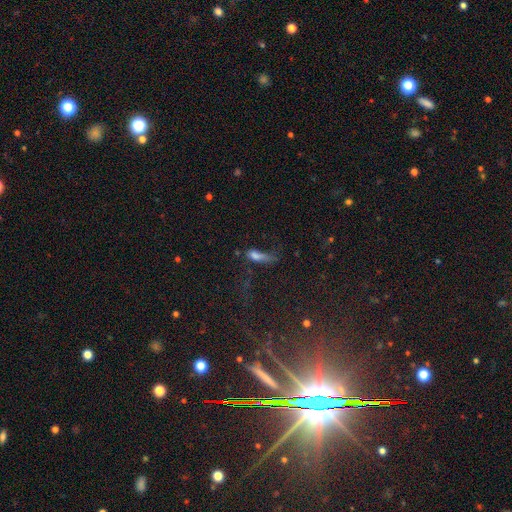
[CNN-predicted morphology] A smooth galaxy with no disk features (63%) that is cigar-shaped (47%).

Vote fractions:
- Smooth or featured? smooth: 63% / featured or disk: 20% / star or artifact: 17%
- How rounded? cigar-shaped: 47% / in between: 46% / round: 6%
- Merging? major disturbance: 42% / none: 25% / minor disturbance: 22% / merger: 11%